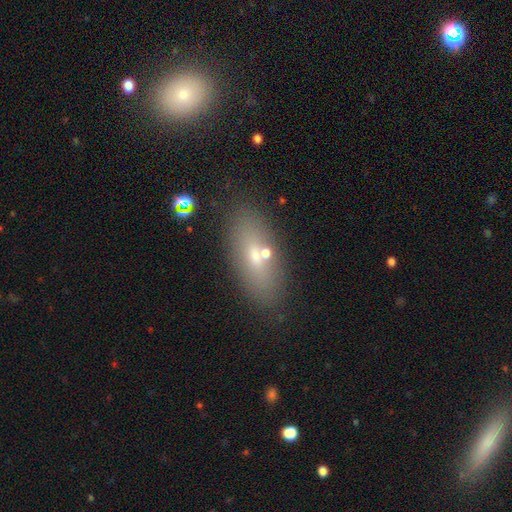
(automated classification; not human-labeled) A smooth galaxy with no disk features (59%) that is in between round and cigar-shaped (74%).

Vote fractions:
- Smooth or featured? smooth: 59% / featured or disk: 26% / star or artifact: 15%
- How rounded? in between: 74% / cigar-shaped: 20% / round: 6%
- Merging? none: 75% / minor disturbance: 11% / merger: 11% / major disturbance: 4%